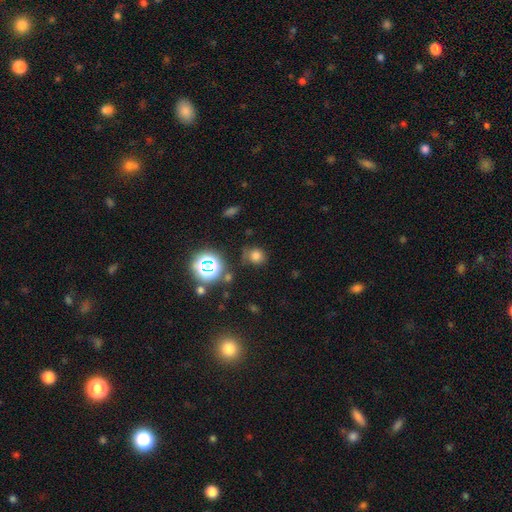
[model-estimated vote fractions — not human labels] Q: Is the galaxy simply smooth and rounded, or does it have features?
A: smooth — 69%.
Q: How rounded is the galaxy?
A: round — 77%.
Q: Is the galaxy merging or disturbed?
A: none — 69%.